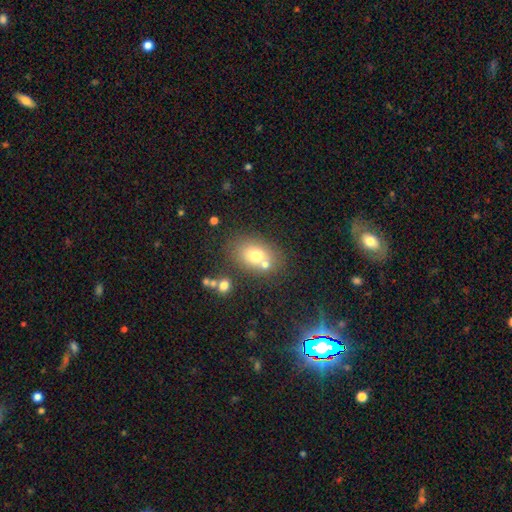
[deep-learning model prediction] Overall: smooth (71%). How rounded: in between (67%; round 32%). Merging: none (62%).